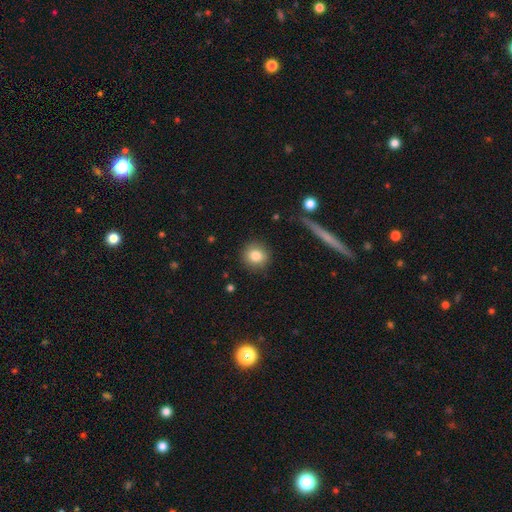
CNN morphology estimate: This is clearly a smooth galaxy (83%). How rounded: clearly round (89%). Merging: clearly none (88%).